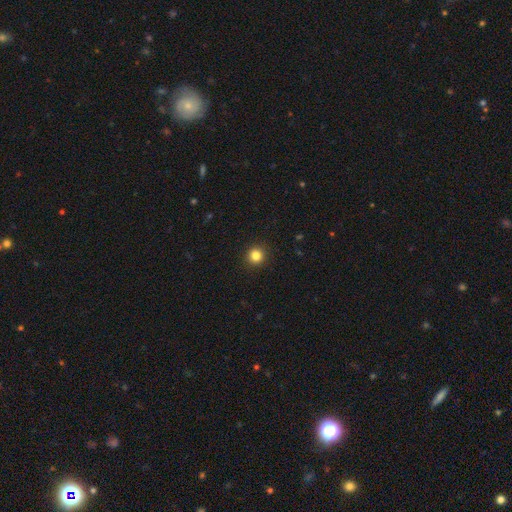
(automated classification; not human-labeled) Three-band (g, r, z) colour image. It shows a smooth galaxy with no disk features (84%) that is round (94%). Merging: none (93%).